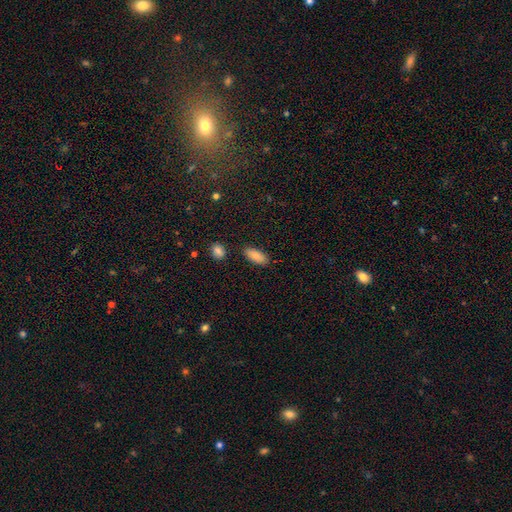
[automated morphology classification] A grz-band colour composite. It shows a smooth galaxy with no disk features (87%) that is in between round and cigar-shaped (84%). Merging: none (85%).